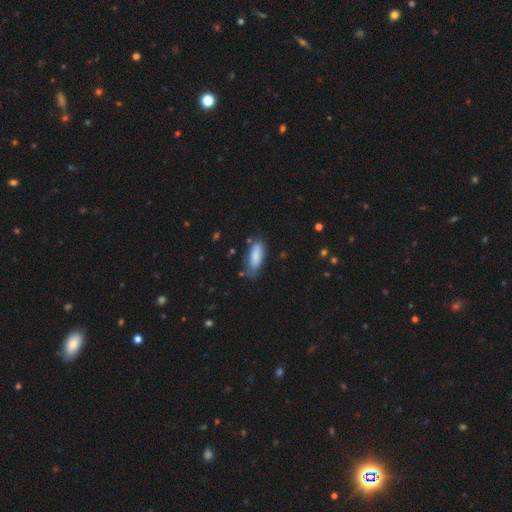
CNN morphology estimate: A smooth galaxy with no disk features (82%) that is in between round and cigar-shaped (76%).

Vote fractions:
- Smooth or featured? smooth: 82% / featured or disk: 12% / star or artifact: 6%
- How rounded? in between: 76% / cigar-shaped: 22% / round: 2%
- Merging? none: 61% / minor disturbance: 28% / major disturbance: 8% / merger: 4%